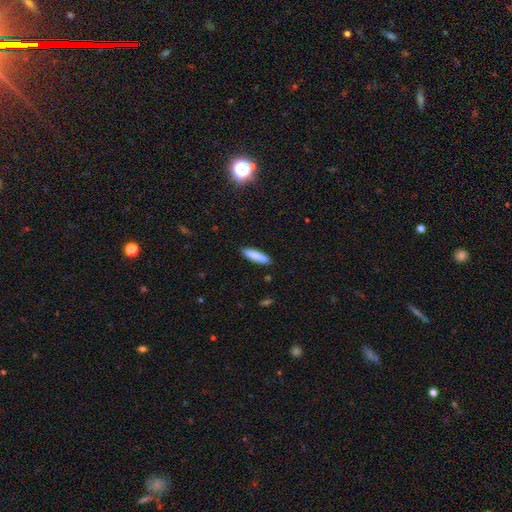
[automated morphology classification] smooth-or-featured: smooth: 86% | featured or disk: 8% | star or artifact: 6%
  how-rounded: cigar-shaped: 70% | in between: 29% | round: 1%
  merging: none: 89% | minor disturbance: 8% | major disturbance: 2% | merger: 1%